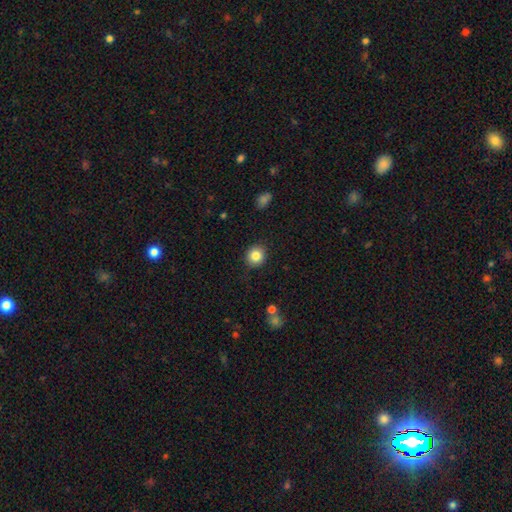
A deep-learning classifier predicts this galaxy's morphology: Smooth or featured? Predicted: smooth (p=0.83). How rounded? Predicted: round (p=0.86). Merging? Predicted: none (p=0.88).